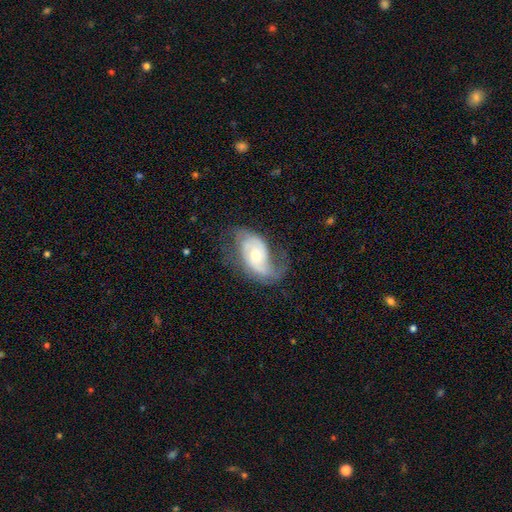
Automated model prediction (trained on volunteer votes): Smooth or featured? featured or disk (75%)
Edge-on disk? no (95%)
Bar? no (69%)
Spiral arms? yes (88%)
Spiral winding? loose (42%)
Spiral arm count? 2 (63%)
Bulge size? moderate (52%)
Merging? none (48%)